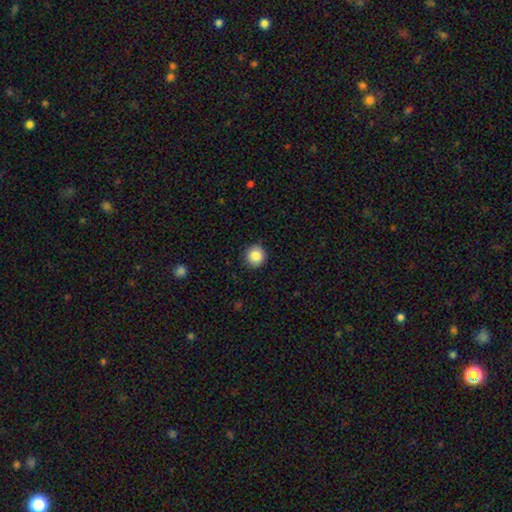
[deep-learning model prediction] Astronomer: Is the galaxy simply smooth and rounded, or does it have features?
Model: smooth — 85%.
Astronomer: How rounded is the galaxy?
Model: round — 93%.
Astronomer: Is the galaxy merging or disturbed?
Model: none — 91%.